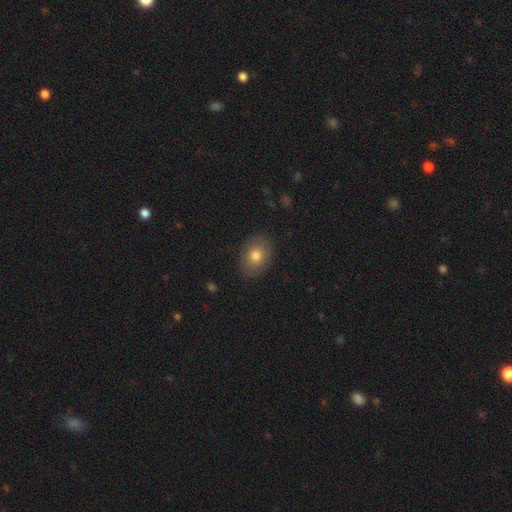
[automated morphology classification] smooth 78%, featured or disk 14%, star or artifact 9%. Down the decision tree: how rounded — in between (69%); merging — none (86%).